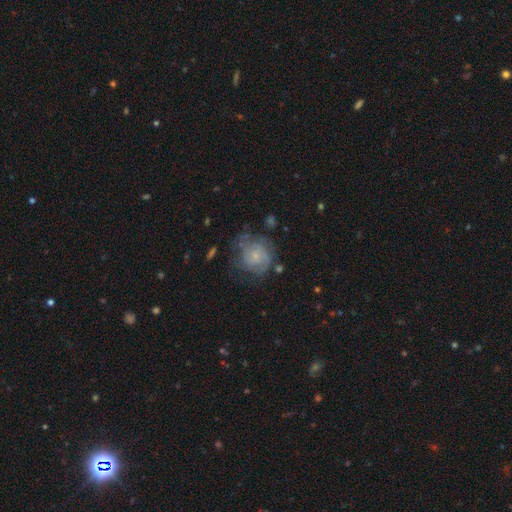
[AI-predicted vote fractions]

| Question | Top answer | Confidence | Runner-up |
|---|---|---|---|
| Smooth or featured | featured or disk | 51% | smooth (39%) |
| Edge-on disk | no | 98% | yes (2%) |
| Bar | no | 76% | weak (21%) |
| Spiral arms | yes | 70% | no (30%) |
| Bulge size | small | 66% | moderate (20%) |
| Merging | none | 54% | minor disturbance (25%) |